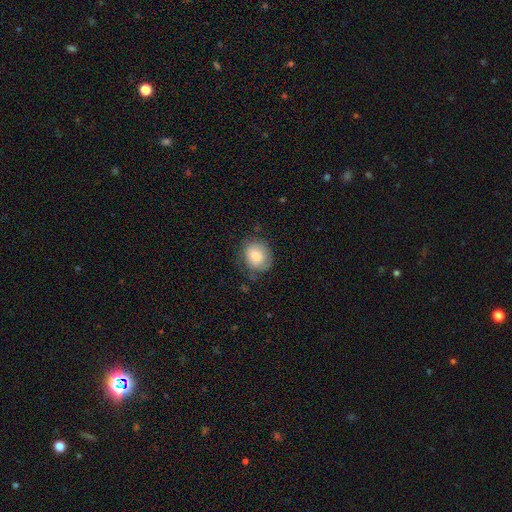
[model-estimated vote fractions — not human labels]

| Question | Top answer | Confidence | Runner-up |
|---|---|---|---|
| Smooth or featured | smooth | 78% | featured or disk (14%) |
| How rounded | round | 62% | in between (37%) |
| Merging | none | 65% | minor disturbance (25%) |